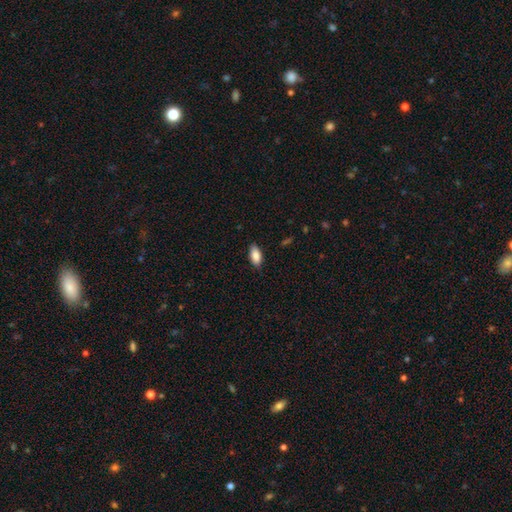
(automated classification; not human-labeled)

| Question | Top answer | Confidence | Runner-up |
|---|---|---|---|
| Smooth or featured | smooth | 87% | featured or disk (7%) |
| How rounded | in between | 90% | cigar-shaped (7%) |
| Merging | none | 85% | minor disturbance (12%) |